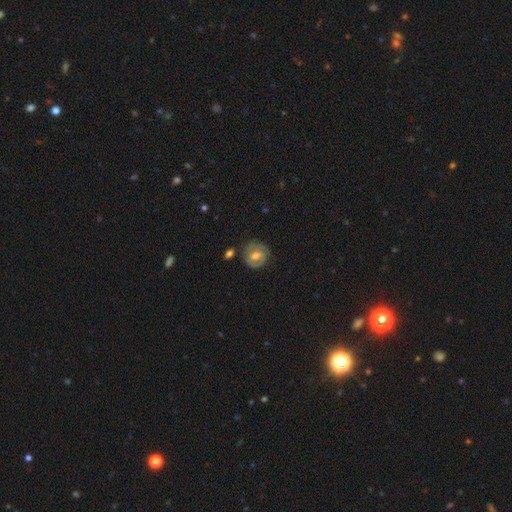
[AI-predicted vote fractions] Smooth or featured? featured or disk (60%)
Edge-on disk? no (97%)
Bar? weak (50%)
Spiral arms? yes (78%)
Bulge size? moderate (66%)
Merging? none (75%)